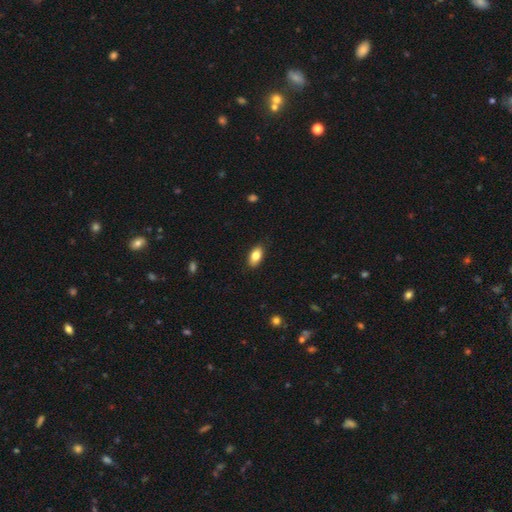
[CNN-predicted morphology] smooth_or_featured: smooth (p=0.82) [alt: featured or disk p=0.11]
how_rounded: in between (p=0.91) [alt: round p=0.05]
merging: none (p=0.88) [alt: minor disturbance p=0.09]